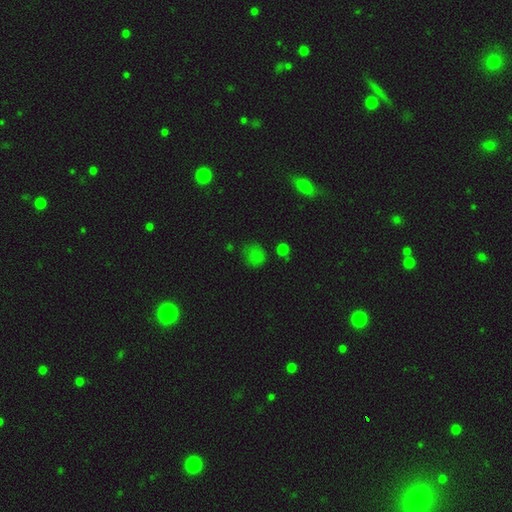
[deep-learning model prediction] Overall: smooth (70%). How rounded: round (76%). Merging: none (67%).